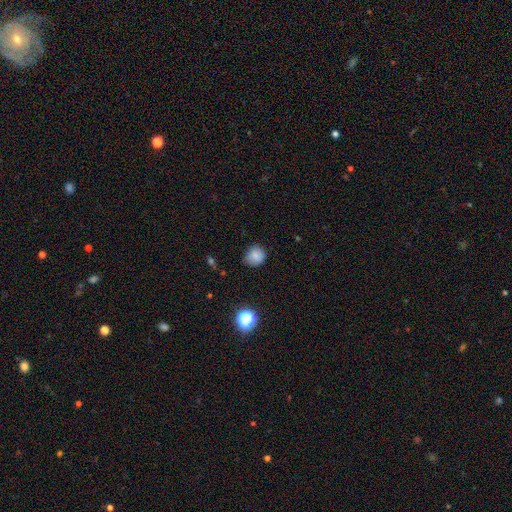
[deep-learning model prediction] The model was most divided on "merging": none: 76%, minor disturbance: 19%, major disturbance: 3%, merger: 1%. More confident: smooth or featured — smooth (82%); how rounded — round (80%).